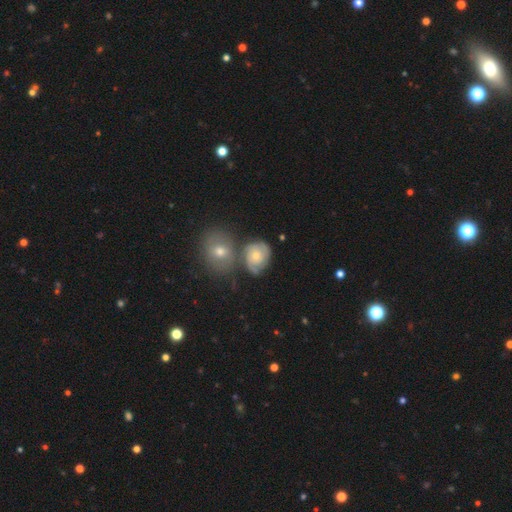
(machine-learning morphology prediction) featured or disk 59%, smooth 34%, star or artifact 7%. Down the decision tree: edge-on disk — no (97%); bar — no (79%); spiral arms — yes (82%); bulge size — small (53%); merging — none (46%).